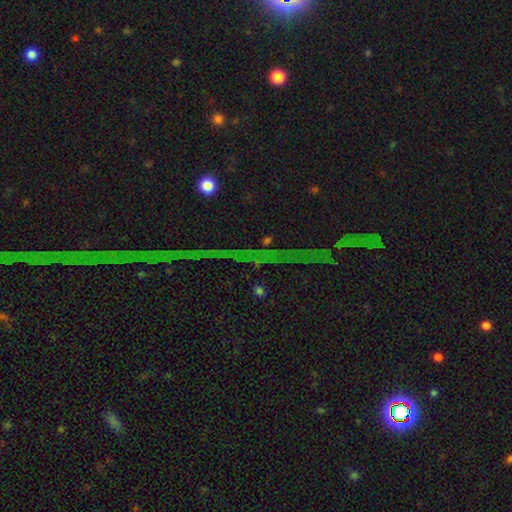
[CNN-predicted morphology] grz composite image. It shows a star or artifact, not a galaxy (84%).